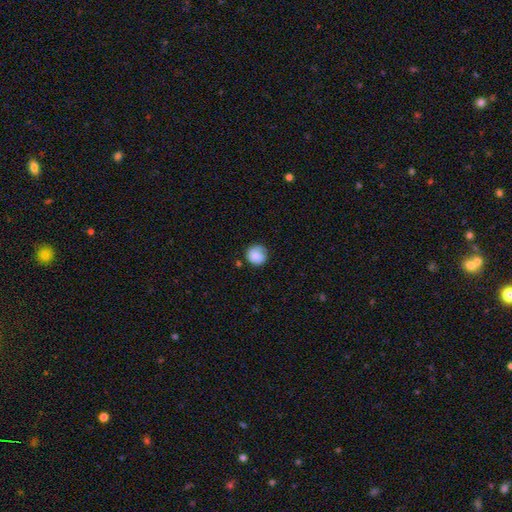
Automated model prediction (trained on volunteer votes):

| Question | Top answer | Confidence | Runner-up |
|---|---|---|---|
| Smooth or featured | smooth | 71% | featured or disk (21%) |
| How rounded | round | 89% | in between (11%) |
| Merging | none | 69% | minor disturbance (20%) |